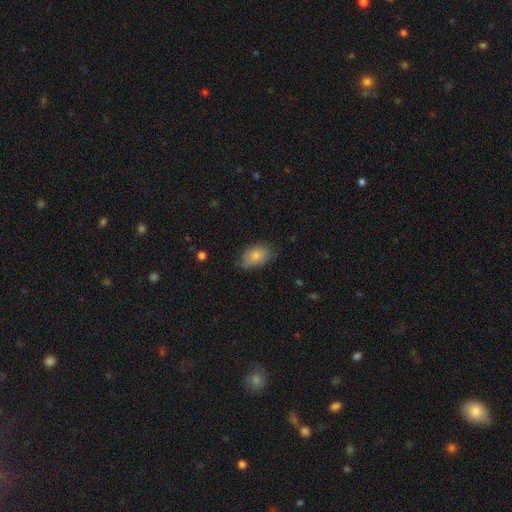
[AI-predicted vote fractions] Q: Smooth or featured?
A: smooth (81%); runner-up: featured or disk (12%)
Q: How rounded?
A: in between (89%); runner-up: round (9%)
Q: Merging?
A: none (67%); runner-up: minor disturbance (27%)